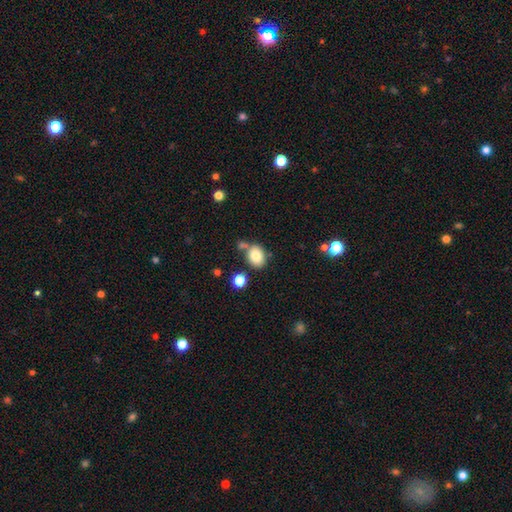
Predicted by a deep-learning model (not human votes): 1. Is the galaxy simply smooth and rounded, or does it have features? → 81% smooth, 10% star or artifact, 9% featured or disk.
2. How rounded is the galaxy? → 55% in between, 44% round, 1% cigar-shaped.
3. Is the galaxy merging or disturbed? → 64% none, 18% merger, 14% minor disturbance, 4% major disturbance.